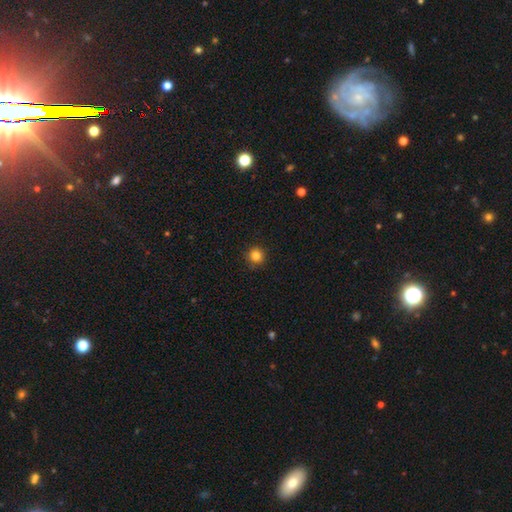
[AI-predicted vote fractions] This appears to be a smooth galaxy with no disk features (84%) that is round (93%). Merging: none (90%).